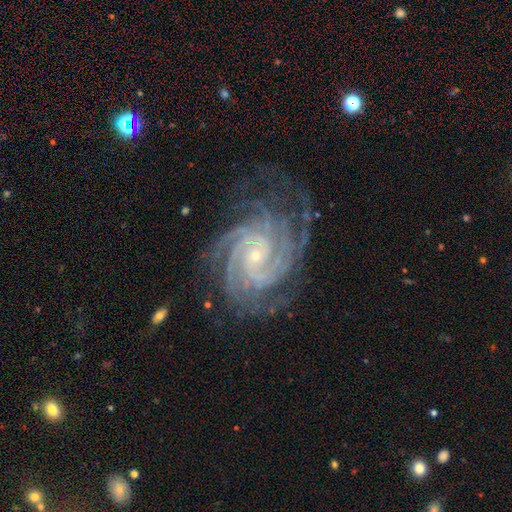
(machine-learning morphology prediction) type=featured or disk (92%); edge-on=no (98%); bar=no (67%); spiral arms=yes (99%); winding=tight (75%); arm count=4 (31%); bulge=small (82%); merging=none (71%).